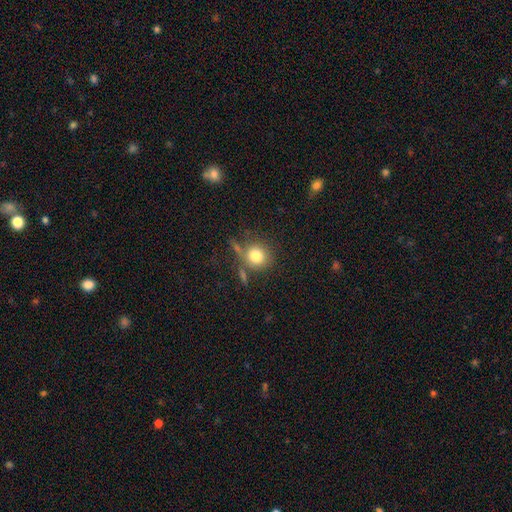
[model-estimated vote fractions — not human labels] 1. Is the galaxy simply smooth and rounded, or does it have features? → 79% smooth, 11% star or artifact, 10% featured or disk.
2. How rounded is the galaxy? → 86% round, 13% in between, 1% cigar-shaped.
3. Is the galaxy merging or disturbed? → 66% none, 15% minor disturbance, 11% merger, 8% major disturbance.